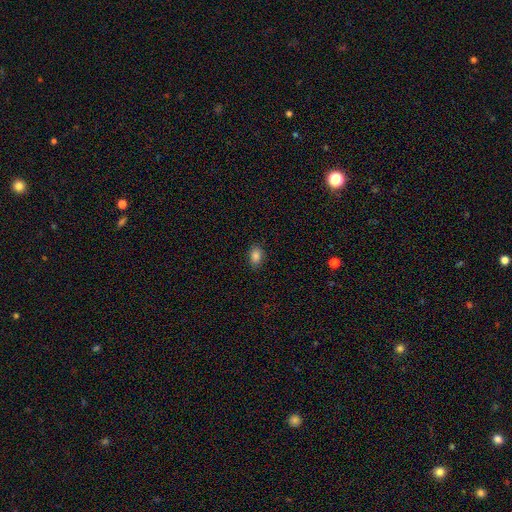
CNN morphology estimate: This appears to be a smooth galaxy with no disk features (85%) that is in between round and cigar-shaped (82%). Merging: none (88%).